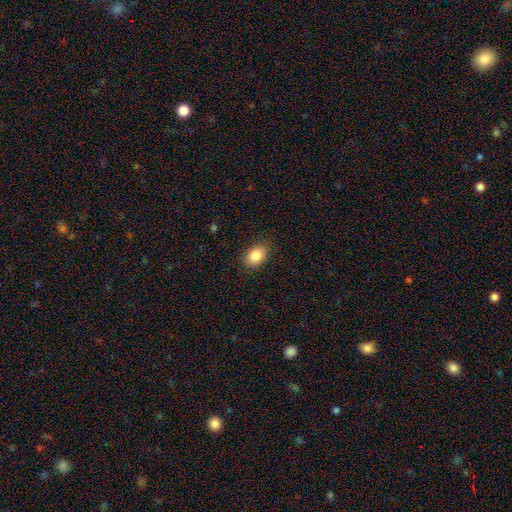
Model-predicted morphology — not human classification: A smooth galaxy with no disk features (86%) that is in between round and cigar-shaped (77%).

Vote fractions:
- Smooth or featured? smooth: 86% / star or artifact: 8% / featured or disk: 6%
- How rounded? in between: 77% / round: 22% / cigar-shaped: 1%
- Merging? none: 86% / minor disturbance: 11% / major disturbance: 3% / merger: 1%